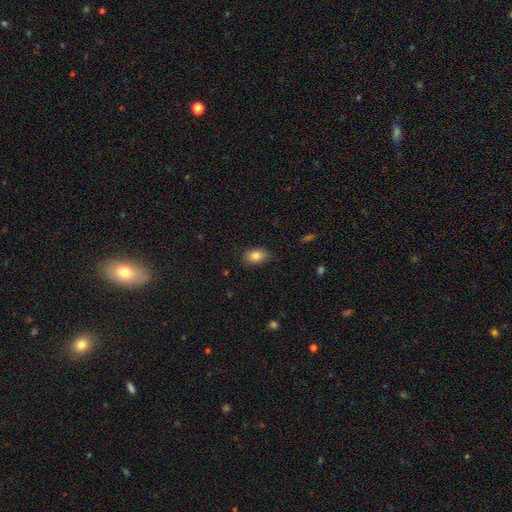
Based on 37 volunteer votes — Overall: smooth (86%). How rounded: in between (94%). Merging: none (69%).